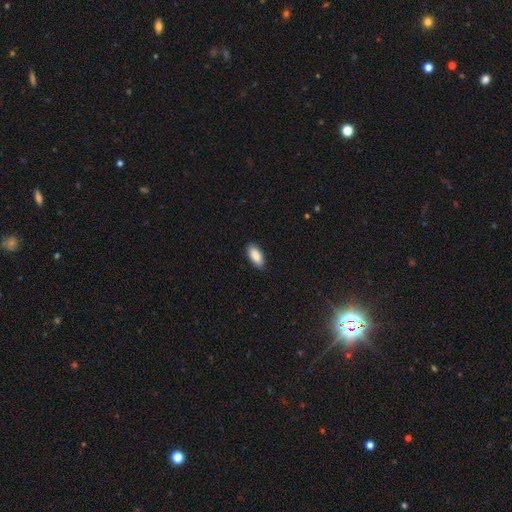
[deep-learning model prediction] A smooth galaxy with no disk features (89%) that is in between round and cigar-shaped (89%). Merging: none (89%).